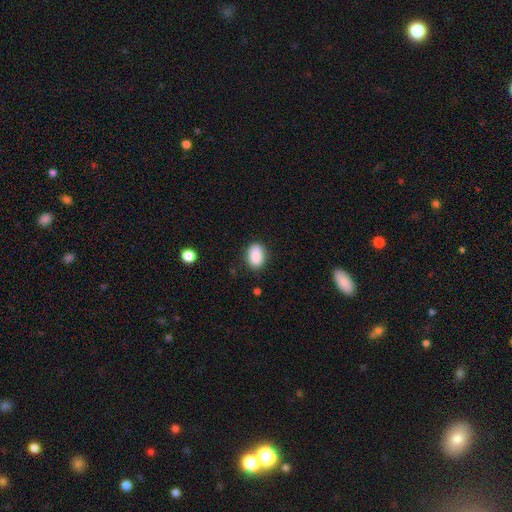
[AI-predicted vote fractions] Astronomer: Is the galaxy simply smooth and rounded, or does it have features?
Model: smooth — 89%.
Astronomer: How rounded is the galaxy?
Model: in between — 85%.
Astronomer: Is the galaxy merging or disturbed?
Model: none — 82%.